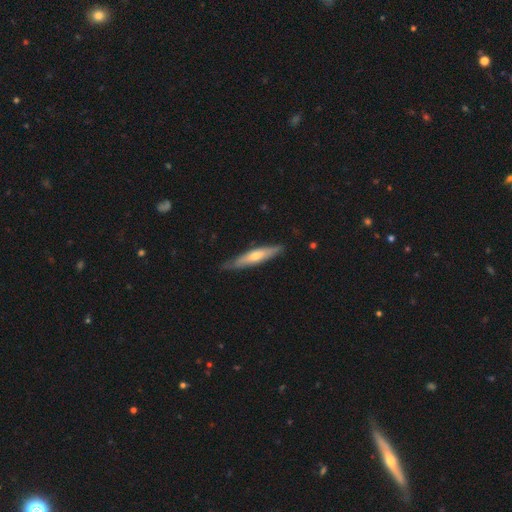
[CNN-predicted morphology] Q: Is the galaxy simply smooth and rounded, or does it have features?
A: featured or disk — 50%.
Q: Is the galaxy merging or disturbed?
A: none — 82%.